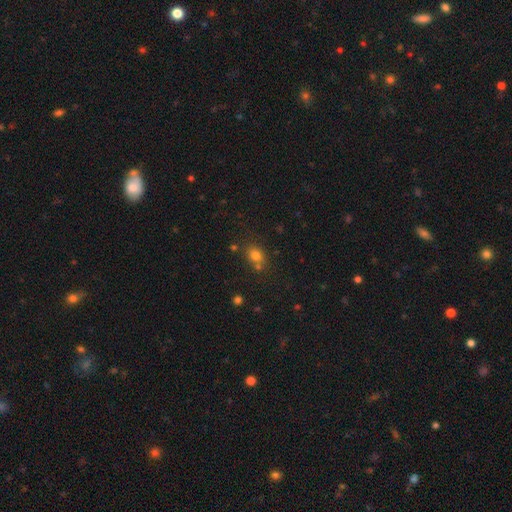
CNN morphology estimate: Q: Smooth or featured?
A: smooth (76%); runner-up: star or artifact (15%)
Q: How rounded?
A: round (53%); runner-up: in between (46%)
Q: Merging?
A: none (65%); runner-up: merger (18%)